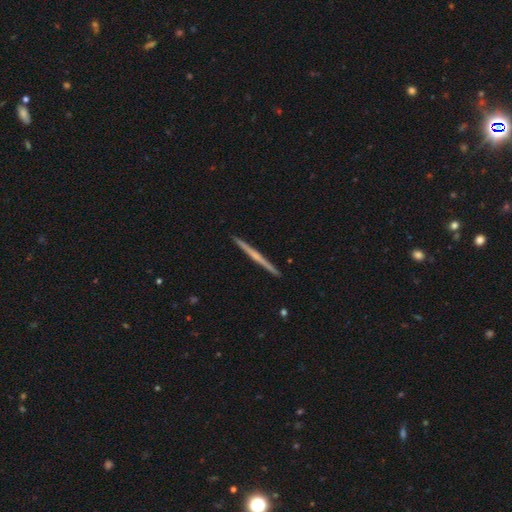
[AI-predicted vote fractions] Overall: featured or disk (67%; smooth 28%). Edge-on disk: yes (98%). Edge-on bulge: none (59%; rounded 34%). Merging: none (93%).